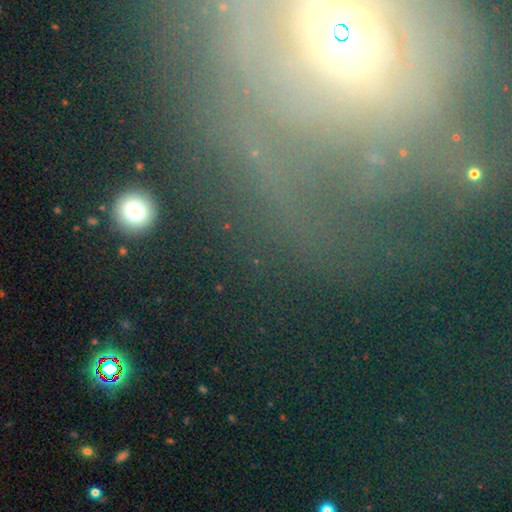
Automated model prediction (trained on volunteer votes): Smooth or featured: star or artifact — 39% (featured or disk — 31%)